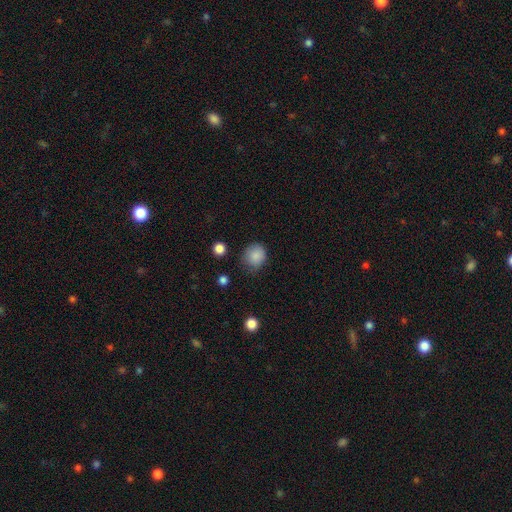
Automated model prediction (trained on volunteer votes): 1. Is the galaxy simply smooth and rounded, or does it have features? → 86% smooth, 10% star or artifact, 4% featured or disk.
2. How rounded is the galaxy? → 75% round, 24% in between, 1% cigar-shaped.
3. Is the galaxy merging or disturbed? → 72% none, 21% minor disturbance, 5% major disturbance, 2% merger.